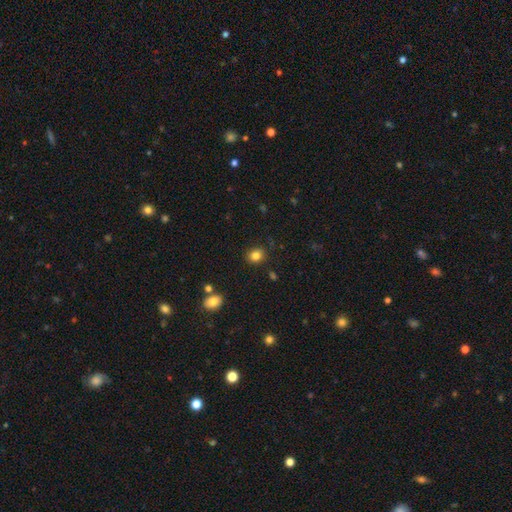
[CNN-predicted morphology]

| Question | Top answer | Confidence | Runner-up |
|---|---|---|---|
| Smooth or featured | smooth | 83% | star or artifact (11%) |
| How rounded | round | 64% | in between (35%) |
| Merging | none | 86% | minor disturbance (10%) |